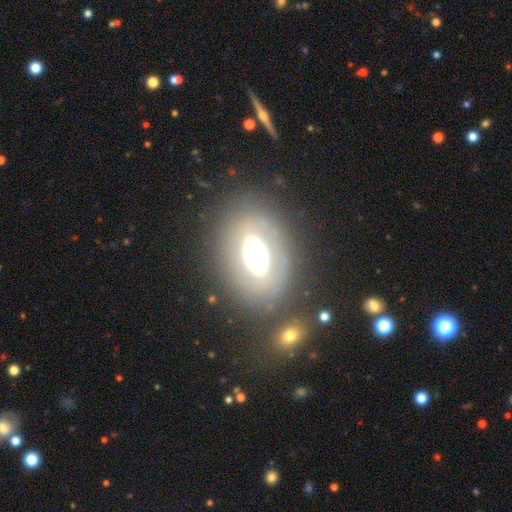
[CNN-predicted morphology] A featured or disk galaxy (48%). Merging: none (73%).